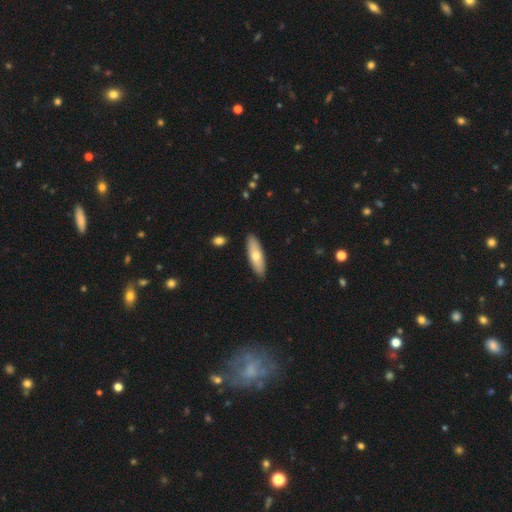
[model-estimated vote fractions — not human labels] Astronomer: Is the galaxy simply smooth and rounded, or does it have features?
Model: smooth — 64%.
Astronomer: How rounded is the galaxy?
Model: in between — 49%, tied with cigar-shaped at 49%.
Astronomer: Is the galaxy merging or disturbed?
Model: none — 89%.